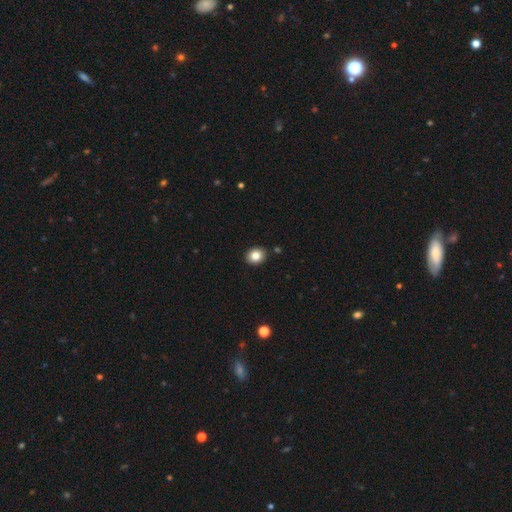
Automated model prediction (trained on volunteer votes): A smooth galaxy with no disk features (83%) that is round (66%).

Vote fractions:
- Smooth or featured? smooth: 83% / star or artifact: 10% / featured or disk: 7%
- How rounded? round: 66% / in between: 33% / cigar-shaped: 1%
- Merging? none: 90% / minor disturbance: 7% / merger: 2% / major disturbance: 2%